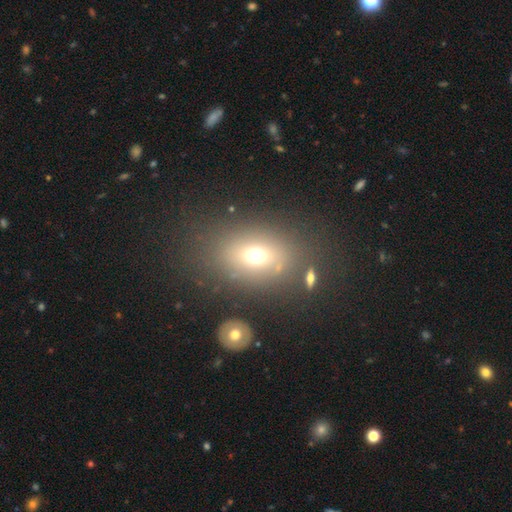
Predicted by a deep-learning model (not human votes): smooth 66%, star or artifact 17%, featured or disk 16%. Down the decision tree: how rounded — in between (64%); merging — none (73%).